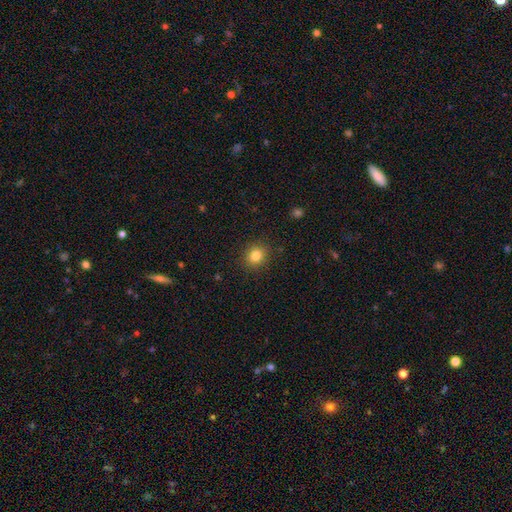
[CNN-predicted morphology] This is clearly a smooth galaxy (82%). How rounded: likely round (78%). Merging: clearly none (89%).